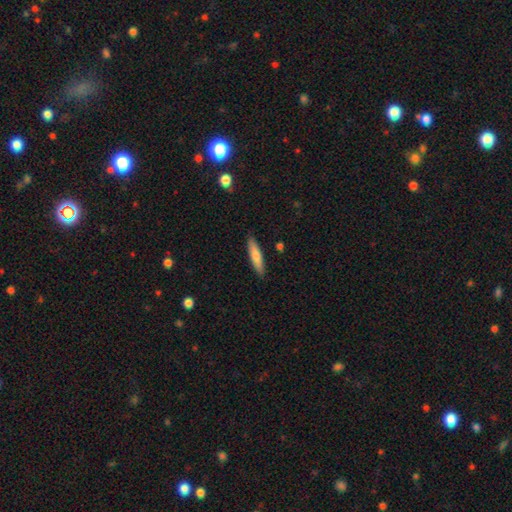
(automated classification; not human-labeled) Smooth or featured? Predicted: smooth (p=0.68). How rounded? Predicted: cigar-shaped (p=0.82). Merging? Predicted: none (p=0.89).